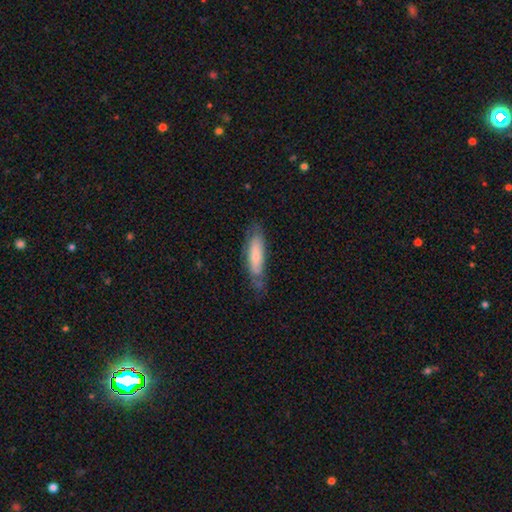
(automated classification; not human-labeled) Smooth or featured?
  - smooth: 65% *
  - featured or disk: 29%
  - star or artifact: 6%
How rounded?
  - cigar-shaped: 57% *
  - in between: 42%
  - round: 2%
Merging?
  - none: 61% *
  - minor disturbance: 27%
  - major disturbance: 9%
  - merger: 2%